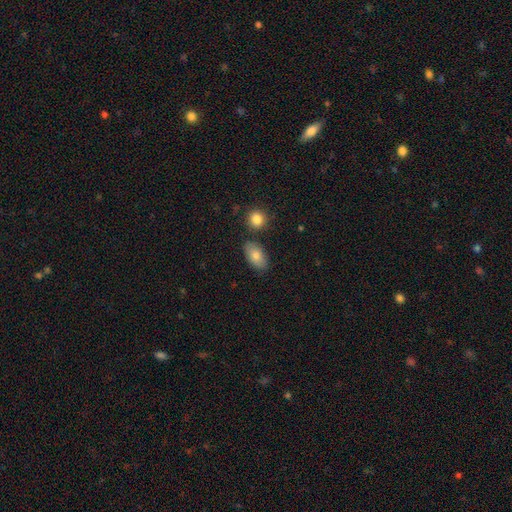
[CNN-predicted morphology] This is clearly a smooth galaxy (83%). How rounded: clearly in between (92%). Merging: likely none (78%).